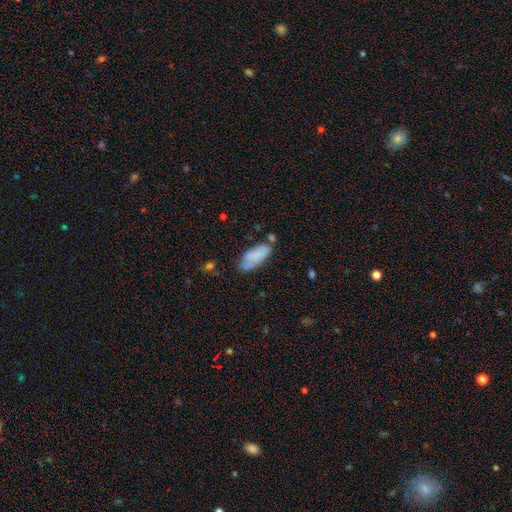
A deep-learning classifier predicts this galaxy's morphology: smooth 76%, featured or disk 17%, star or artifact 7%. Down the decision tree: how rounded — in between (84%); merging — none (57%).